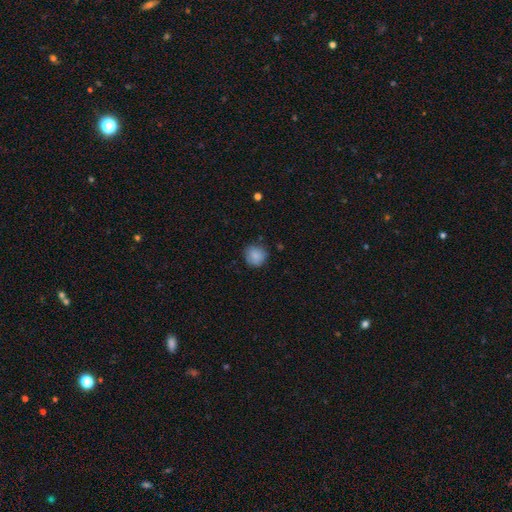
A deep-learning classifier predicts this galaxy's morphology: This is clearly a smooth galaxy (86%). How rounded: clearly round (88%). Merging: clearly none (80%).